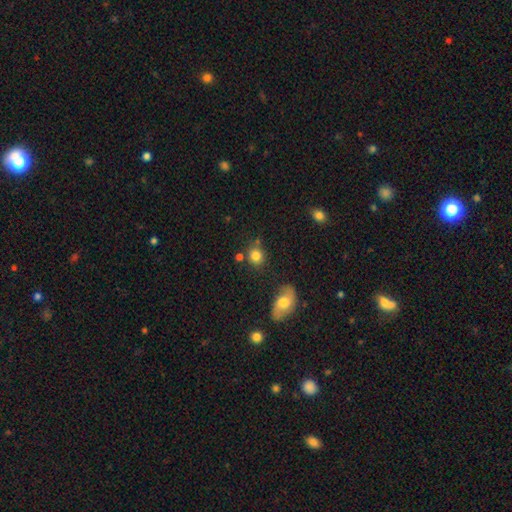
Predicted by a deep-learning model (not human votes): Smooth or featured? smooth (82%)
How rounded? round (78%)
Merging? none (72%)